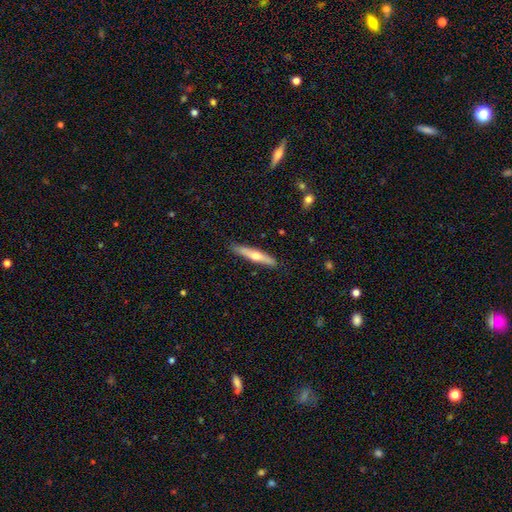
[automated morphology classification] This appears to be a featured or disk galaxy (49%). Merging: none (88%).